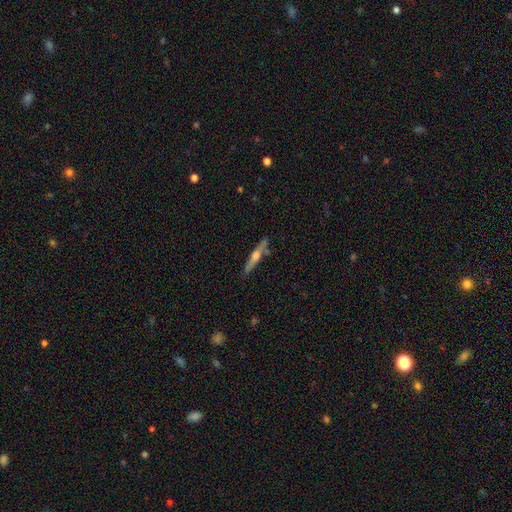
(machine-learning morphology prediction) Smooth or featured?
  - featured or disk: 56% *
  - smooth: 38%
  - star or artifact: 6%
Edge-on disk?
  - yes: 94% *
  - no: 6%
Edge-on bulge?
  - rounded: 83% *
  - none: 11%
  - boxy: 7%
Merging?
  - none: 79% *
  - minor disturbance: 14%
  - merger: 4%
  - major disturbance: 3%